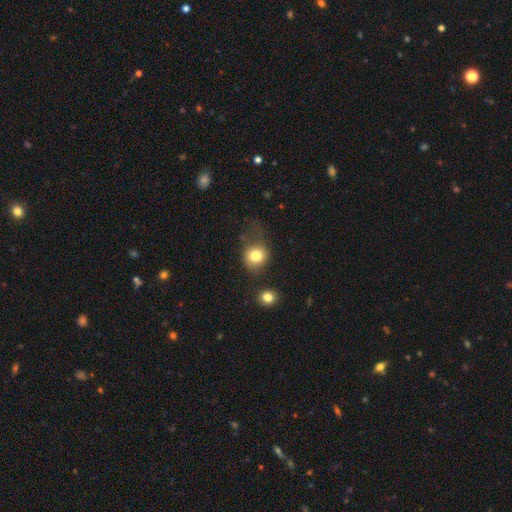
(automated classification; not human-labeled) This is clearly a smooth galaxy (80%). How rounded: likely round (80%). Merging: likely none (61%).